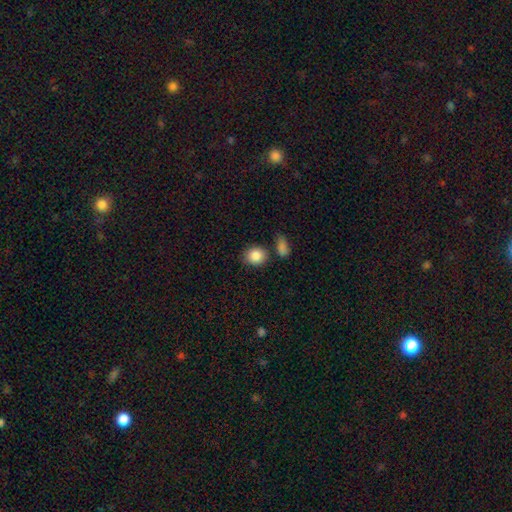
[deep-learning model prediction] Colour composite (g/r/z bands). It shows a smooth galaxy with no disk features (87%) that is round (69%). Merging: none (72%).